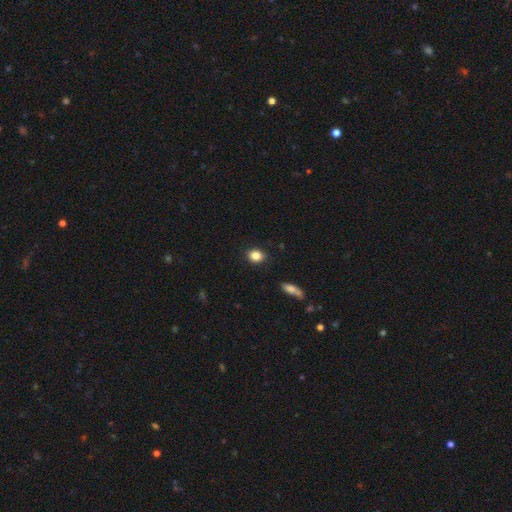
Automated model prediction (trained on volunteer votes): This appears to be a smooth galaxy with no disk features (86%) that is round (53%). Merging: none (85%).